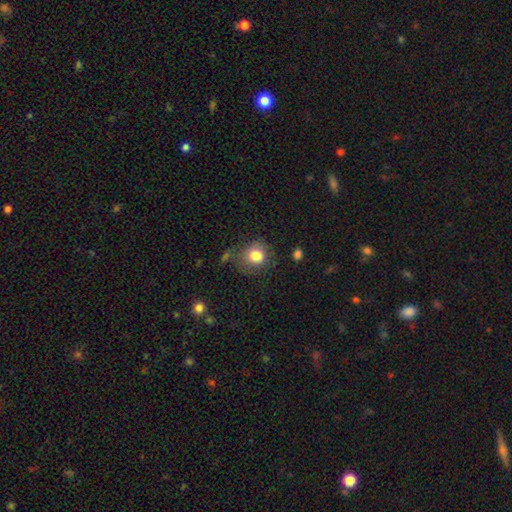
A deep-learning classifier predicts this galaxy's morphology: A smooth galaxy with no disk features (81%) that is round (77%). Merging: none (62%).